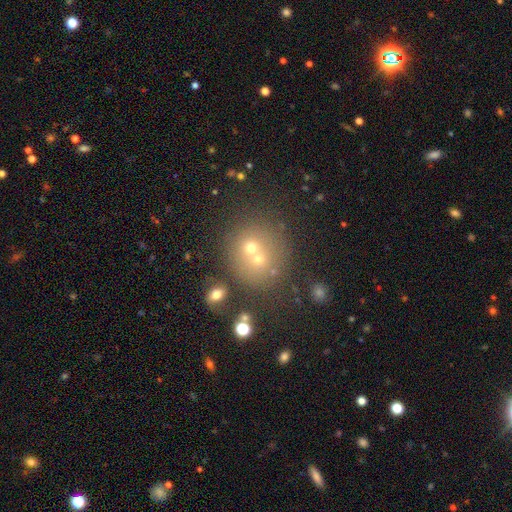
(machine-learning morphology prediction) A smooth galaxy with no disk features (56%) that is round (85%). Merging: none (45%).